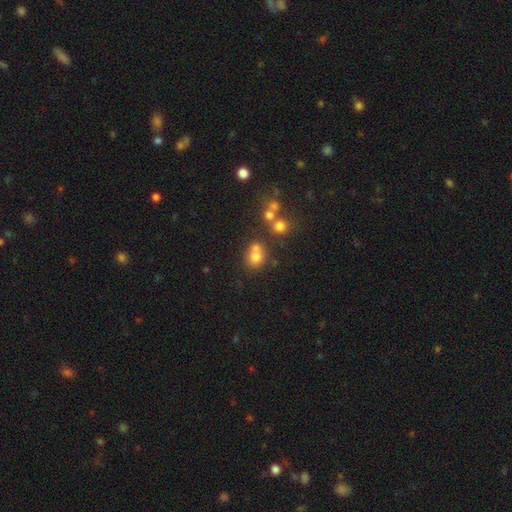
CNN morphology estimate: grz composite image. It shows a smooth galaxy with no disk features (70%) that is round (65%). Merging: none (47%).